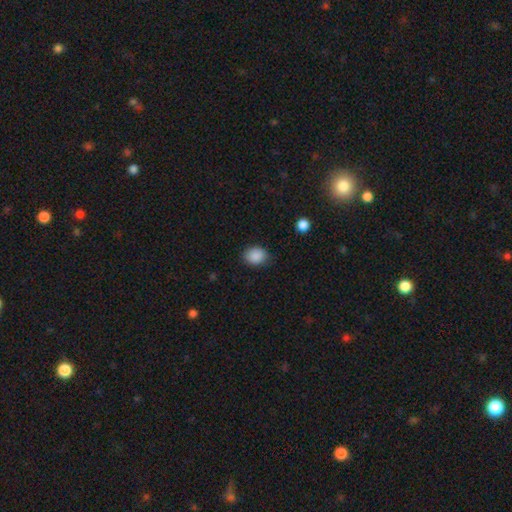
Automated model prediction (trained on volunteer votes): A smooth galaxy with no disk features (88%) that is in between round and cigar-shaped (54%).

Vote fractions:
- Smooth or featured? smooth: 88% / star or artifact: 8% / featured or disk: 3%
- How rounded? in between: 54% / round: 45% / cigar-shaped: 1%
- Merging? none: 82% / minor disturbance: 14% / major disturbance: 3% / merger: 1%